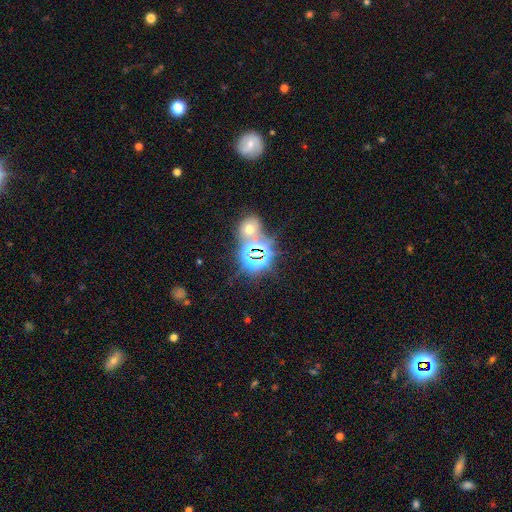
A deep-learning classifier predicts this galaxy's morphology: Smooth or featured? star or artifact (72%)